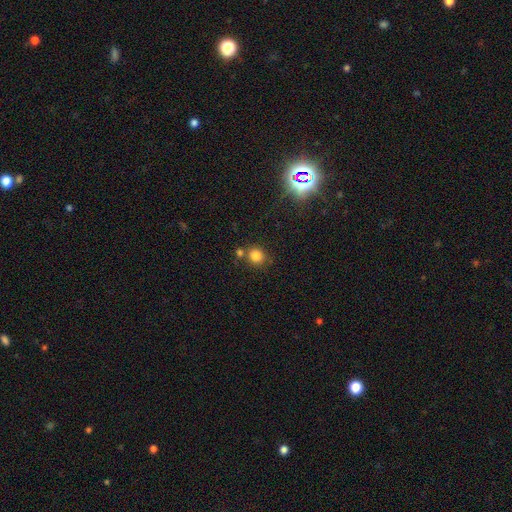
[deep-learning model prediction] Smooth or featured?
  - smooth: 80% *
  - star or artifact: 14%
  - featured or disk: 6%
How rounded?
  - round: 84% *
  - in between: 15%
  - cigar-shaped: 1%
Merging?
  - none: 69% *
  - merger: 17%
  - minor disturbance: 10%
  - major disturbance: 4%